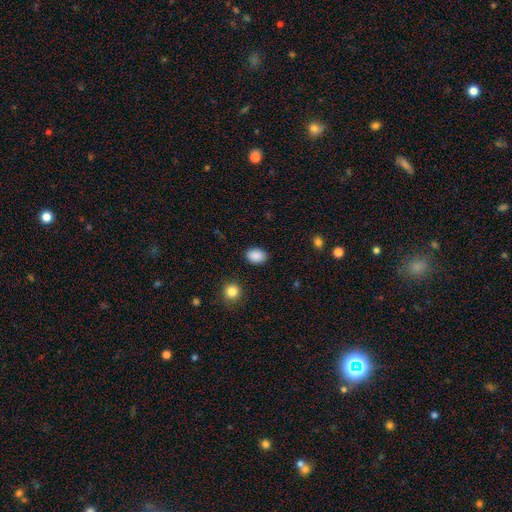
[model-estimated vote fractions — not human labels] smooth-or-featured: smooth: 89% | star or artifact: 8% | featured or disk: 3%
  how-rounded: in between: 72% | round: 27% | cigar-shaped: 1%
  merging: none: 87% | minor disturbance: 9% | major disturbance: 3% | merger: 2%